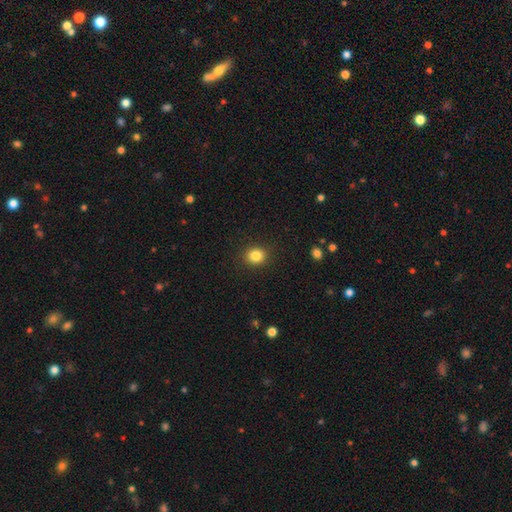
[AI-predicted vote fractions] smooth 84%, star or artifact 11%, featured or disk 5%. Down the decision tree: how rounded — round (77%); merging — none (90%).